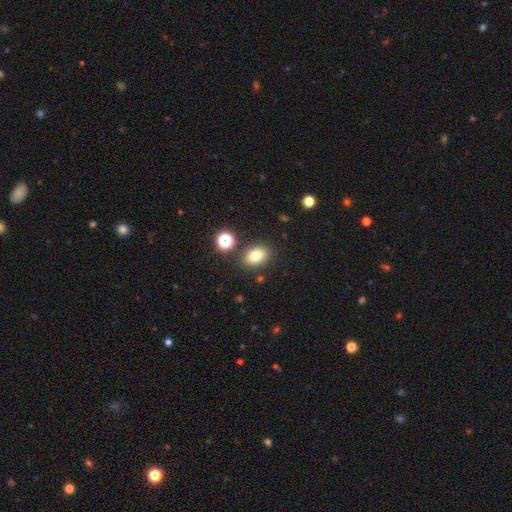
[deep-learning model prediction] Smooth or featured? Predicted: smooth (p=0.79). How rounded? Predicted: in between (p=0.72). Merging? Predicted: none (p=0.82).